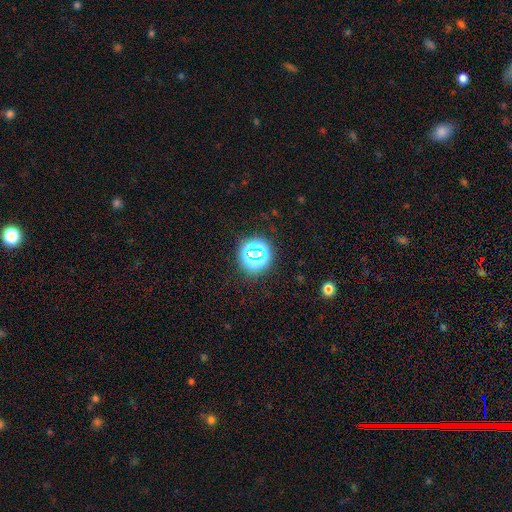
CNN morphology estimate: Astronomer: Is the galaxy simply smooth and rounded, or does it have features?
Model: star or artifact — 63%.